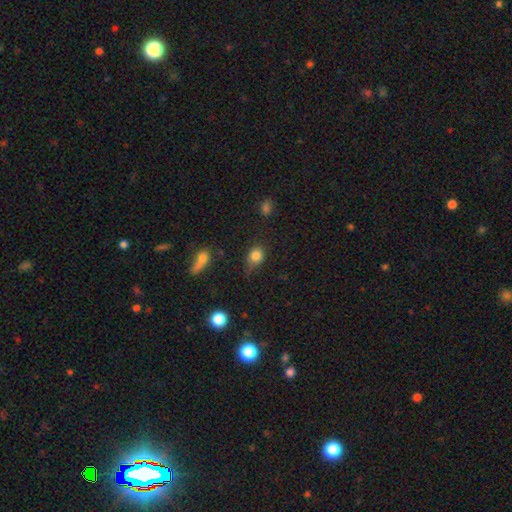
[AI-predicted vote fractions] A smooth galaxy with no disk features (82%) that is round (57%). Merging: none (63%).